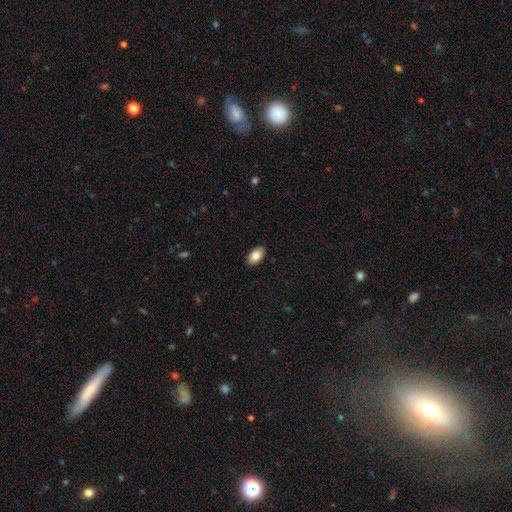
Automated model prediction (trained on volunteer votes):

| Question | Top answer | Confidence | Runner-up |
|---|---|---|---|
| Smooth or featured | smooth | 85% | featured or disk (8%) |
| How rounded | in between | 94% | round (5%) |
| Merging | none | 89% | minor disturbance (8%) |